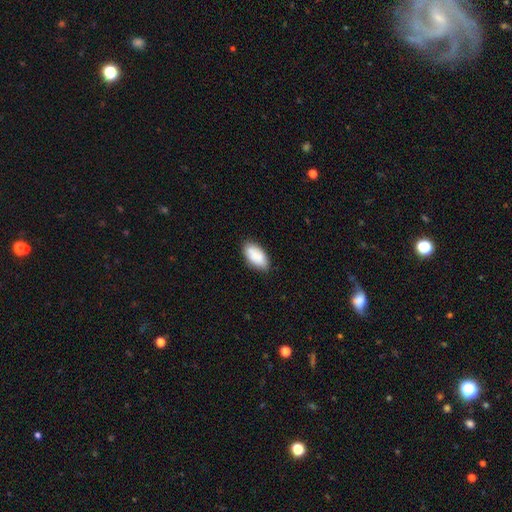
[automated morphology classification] Overall: smooth (85%). How rounded: in between (94%). Merging: none (81%).